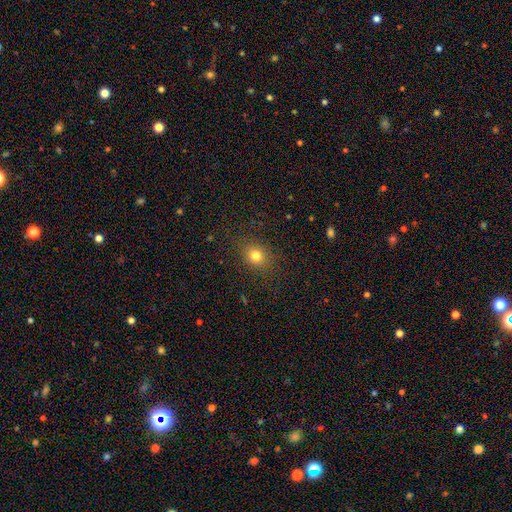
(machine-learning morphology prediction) Overall: smooth (78%). How rounded: round (64%; in between 35%). Merging: none (85%).